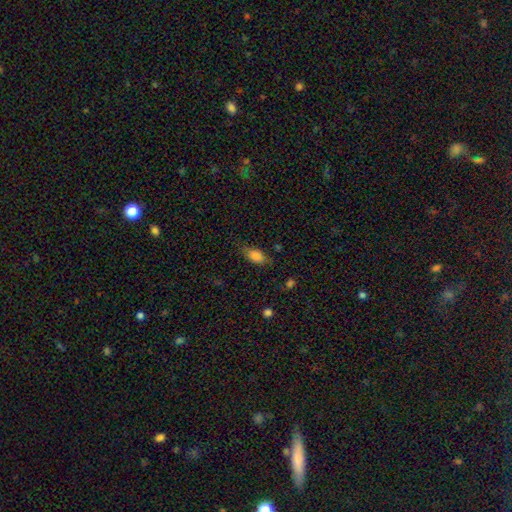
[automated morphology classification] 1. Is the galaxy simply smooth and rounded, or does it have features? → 83% smooth, 9% star or artifact, 8% featured or disk.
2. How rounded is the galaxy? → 86% in between, 7% cigar-shaped, 6% round.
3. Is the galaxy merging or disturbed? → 72% none, 21% minor disturbance, 6% major disturbance, 2% merger.